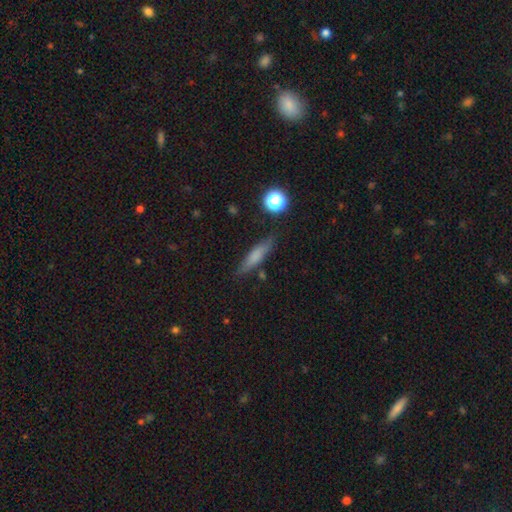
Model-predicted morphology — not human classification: Smooth or featured?
  - smooth: 67% *
  - featured or disk: 23%
  - star or artifact: 9%
How rounded?
  - cigar-shaped: 78% *
  - in between: 19%
  - round: 3%
Merging?
  - none: 81% *
  - minor disturbance: 13%
  - merger: 3%
  - major disturbance: 3%